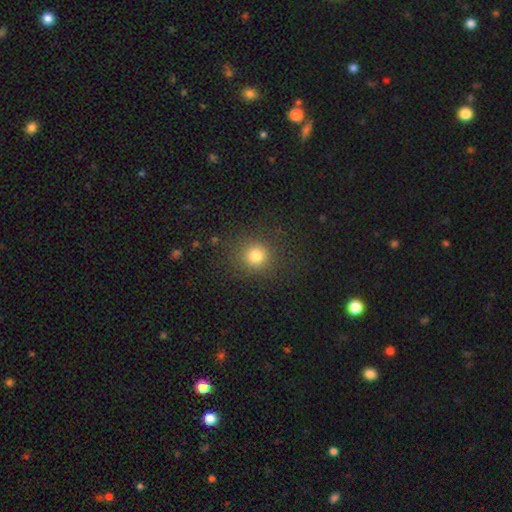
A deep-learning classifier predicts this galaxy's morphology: Overall: smooth (79%). How rounded: round (91%). Merging: none (87%).